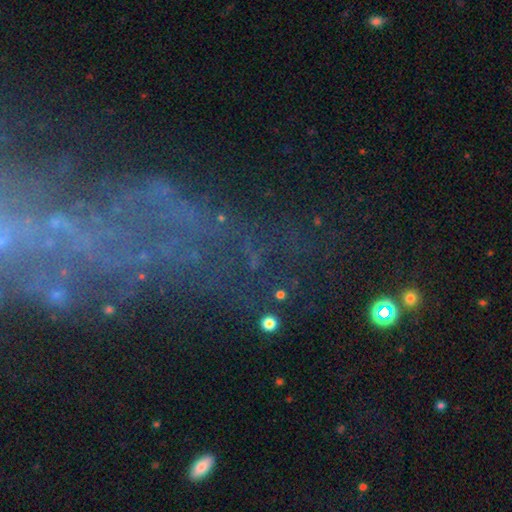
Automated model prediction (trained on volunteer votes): Smooth or featured?
  - featured or disk: 47% *
  - star or artifact: 36%
  - smooth: 17%
Merging?
  - none: 51% *
  - major disturbance: 25%
  - minor disturbance: 16%
  - merger: 7%